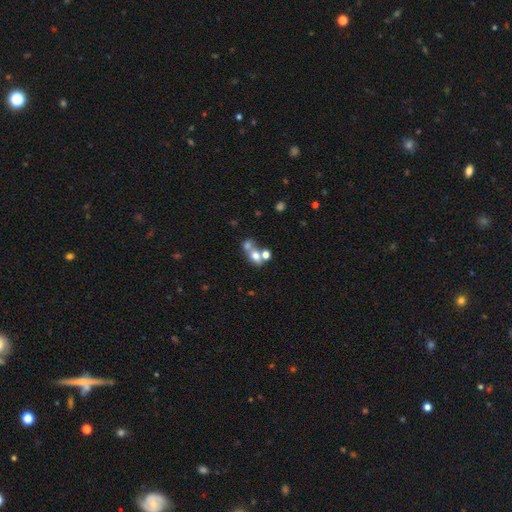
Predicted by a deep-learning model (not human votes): Smooth or featured?
  - smooth: 63% *
  - featured or disk: 22%
  - star or artifact: 14%
How rounded?
  - round: 50% *
  - in between: 48%
  - cigar-shaped: 2%
Merging?
  - merger: 55% *
  - none: 31%
  - minor disturbance: 8%
  - major disturbance: 6%